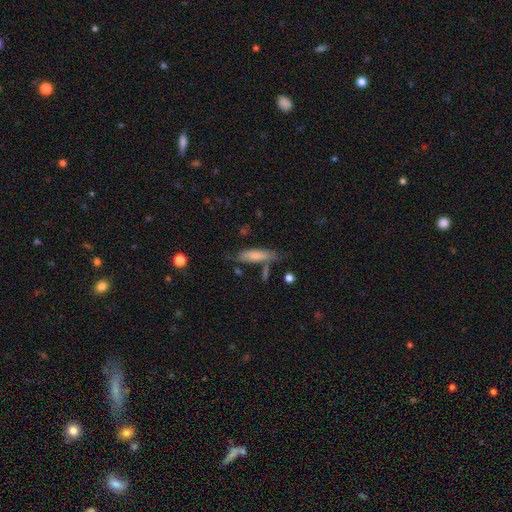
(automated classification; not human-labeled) A smooth galaxy with no disk features (75%) that is cigar-shaped (57%).

Vote fractions:
- Smooth or featured? smooth: 75% / featured or disk: 18% / star or artifact: 7%
- How rounded? cigar-shaped: 57% / in between: 41% / round: 2%
- Merging? none: 58% / minor disturbance: 24% / merger: 11% / major disturbance: 8%